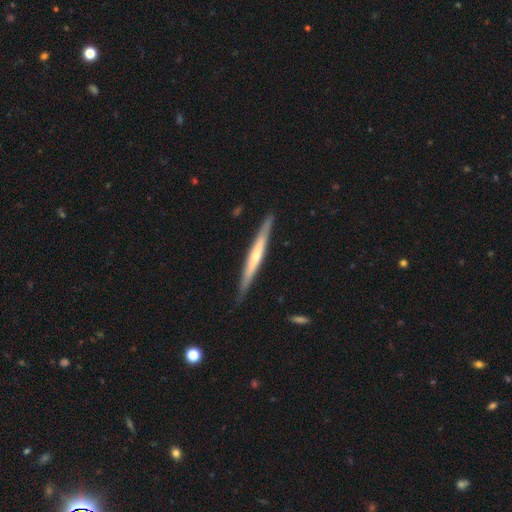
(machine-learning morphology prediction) Smooth or featured? Predicted: featured or disk (p=0.63). Edge-on disk? Predicted: yes (p=0.96). Edge-on bulge? Predicted: rounded (p=0.54). Merging? Predicted: none (p=0.87).